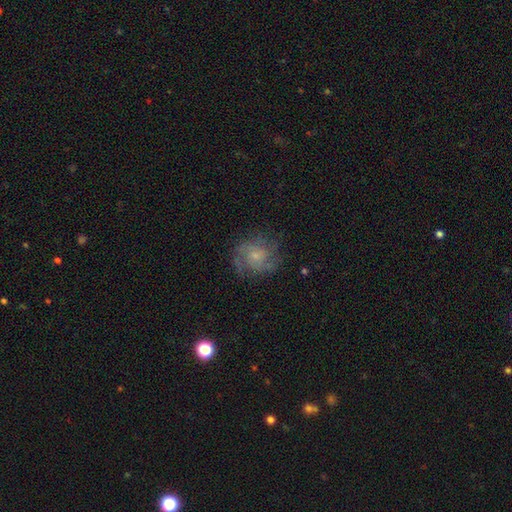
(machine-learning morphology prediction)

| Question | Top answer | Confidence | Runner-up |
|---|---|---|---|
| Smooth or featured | featured or disk | 65% | smooth (25%) |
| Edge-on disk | no | 98% | yes (2%) |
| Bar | no | 74% | weak (23%) |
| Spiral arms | yes | 87% | no (13%) |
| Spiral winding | medium | 45% | tight (38%) |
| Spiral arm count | can't tell | 33% | 2 (26%) |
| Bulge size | small | 60% | moderate (26%) |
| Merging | none | 68% | minor disturbance (19%) |